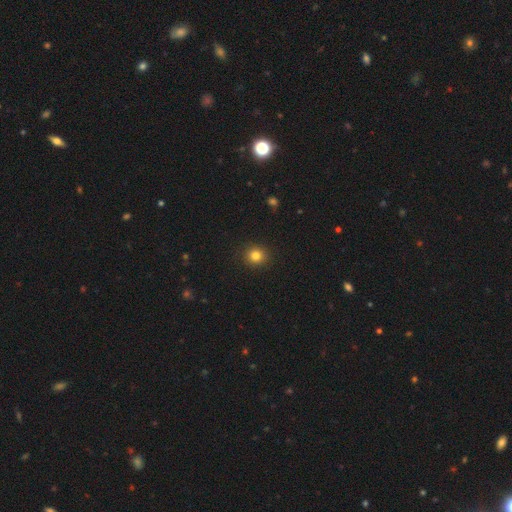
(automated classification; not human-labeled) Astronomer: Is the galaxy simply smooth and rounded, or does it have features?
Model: smooth — 83%.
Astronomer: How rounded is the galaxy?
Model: round — 89%.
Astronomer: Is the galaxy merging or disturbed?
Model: none — 92%.